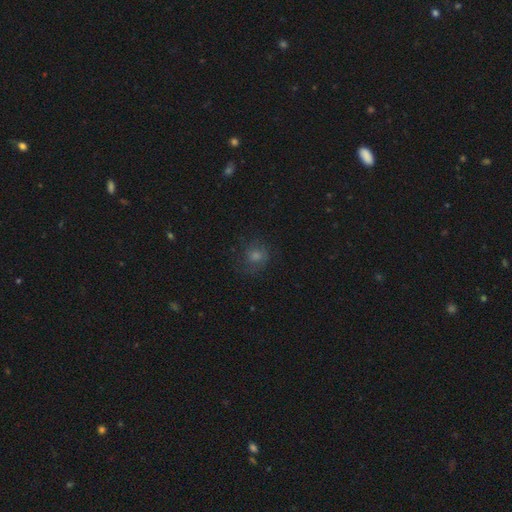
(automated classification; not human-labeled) Overall: smooth (52%; star or artifact 28%). How rounded: round (82%). Merging: none (75%).